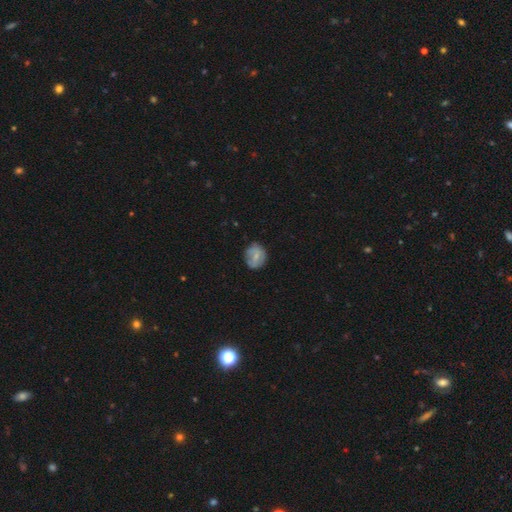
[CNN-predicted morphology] This appears to be a smooth galaxy with no disk features (61%) that is round (70%). Merging: none (73%).